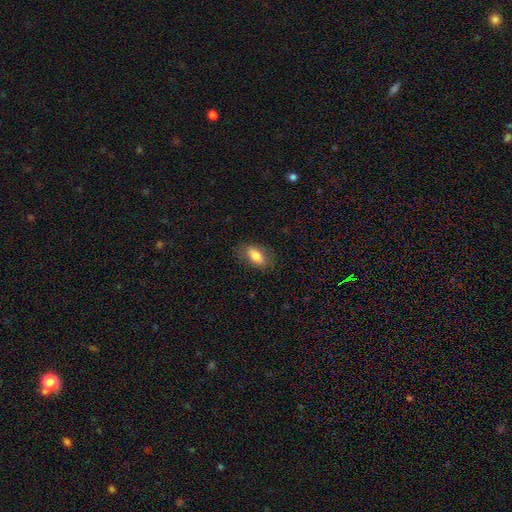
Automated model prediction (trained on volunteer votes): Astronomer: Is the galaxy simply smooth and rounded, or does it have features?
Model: smooth — 80%.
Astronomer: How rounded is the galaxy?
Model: in between — 86%.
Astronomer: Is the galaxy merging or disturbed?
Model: none — 79%.